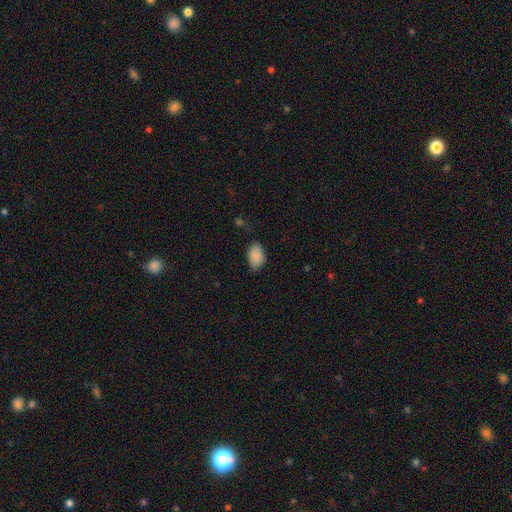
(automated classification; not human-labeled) A smooth galaxy with no disk features (88%) that is in between round and cigar-shaped (92%). Merging: none (69%).